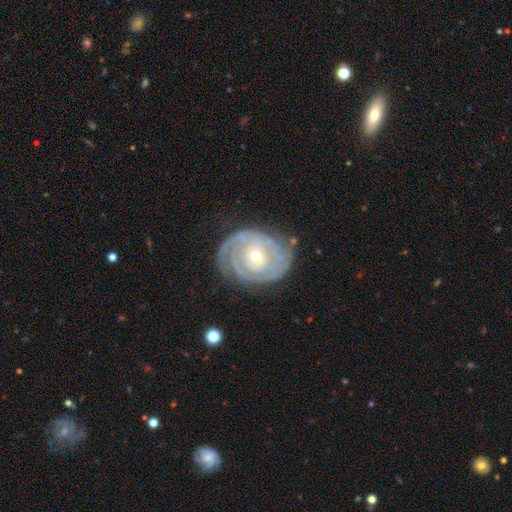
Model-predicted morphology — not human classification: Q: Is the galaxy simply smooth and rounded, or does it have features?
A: featured or disk — 84%.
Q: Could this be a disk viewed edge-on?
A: no — 97%.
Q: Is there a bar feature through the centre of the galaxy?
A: no — 75%.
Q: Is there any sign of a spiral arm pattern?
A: yes — 92%.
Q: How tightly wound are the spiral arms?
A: tight — 76%.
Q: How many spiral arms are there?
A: can't tell — 32%, tied with 2.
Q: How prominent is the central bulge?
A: small — 62%.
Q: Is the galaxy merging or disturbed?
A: none — 70%.